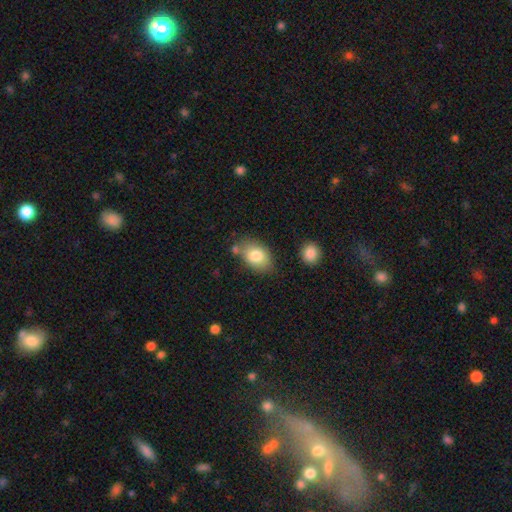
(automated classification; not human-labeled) The model was most divided on "merging": none: 69%, minor disturbance: 18%, merger: 9%, major disturbance: 4%. More confident: how rounded — in between (85%); smooth or featured — smooth (81%).